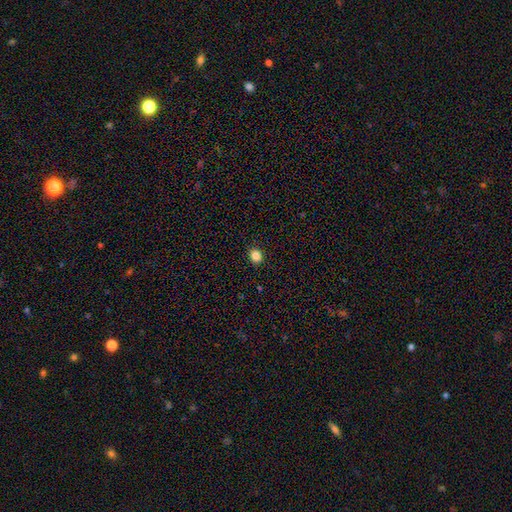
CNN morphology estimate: Smooth or featured? smooth (84%)
How rounded? round (68%)
Merging? none (91%)